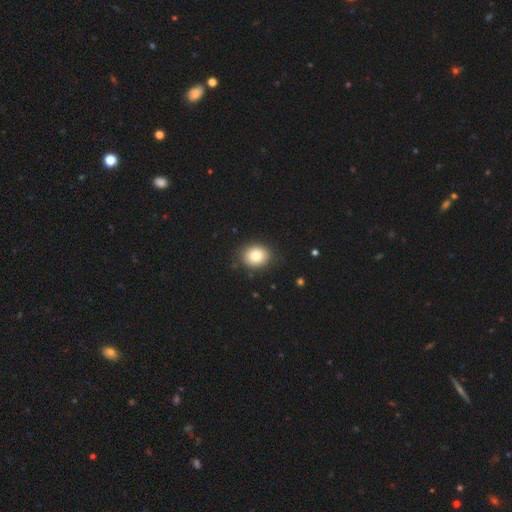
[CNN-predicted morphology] A smooth galaxy with no disk features (82%) that is round (61%). Merging: none (88%).